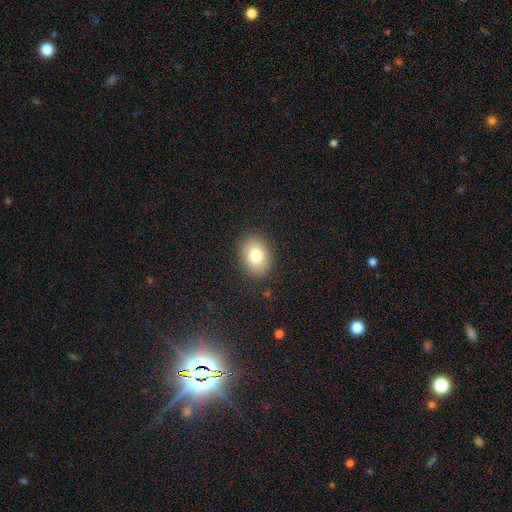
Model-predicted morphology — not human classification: smooth 80%, featured or disk 11%, star or artifact 9%. Down the decision tree: how rounded — in between (69%); merging — none (88%).